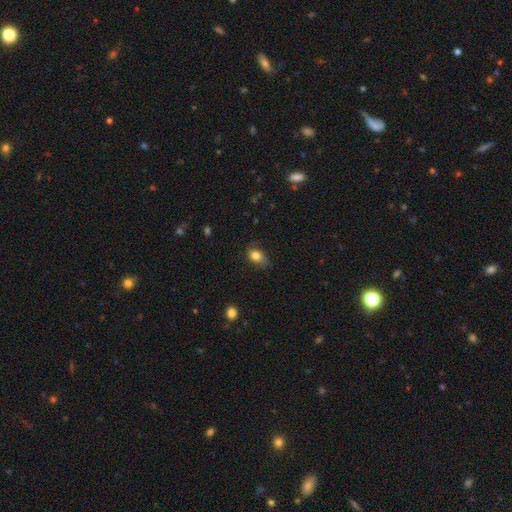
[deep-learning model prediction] A smooth galaxy with no disk features (79%) that is in between round and cigar-shaped (77%). Merging: none (53%).